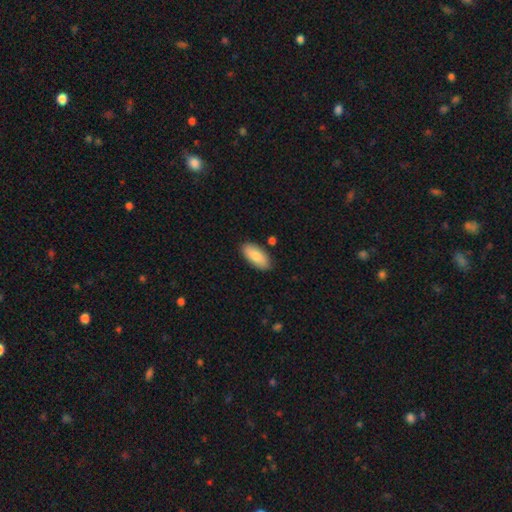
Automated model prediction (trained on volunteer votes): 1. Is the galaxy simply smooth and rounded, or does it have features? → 83% smooth, 11% featured or disk, 6% star or artifact.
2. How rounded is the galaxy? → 90% in between, 8% cigar-shaped, 2% round.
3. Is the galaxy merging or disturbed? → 84% none, 11% minor disturbance, 3% merger, 2% major disturbance.